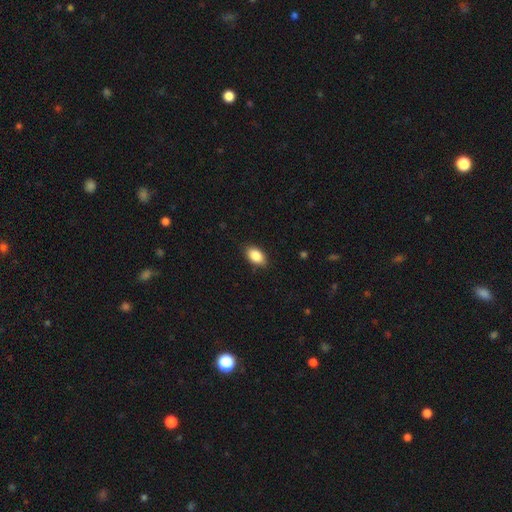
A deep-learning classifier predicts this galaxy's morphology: Smooth or featured? Predicted: smooth (p=0.88). How rounded? Predicted: in between (p=0.91). Merging? Predicted: none (p=0.86).